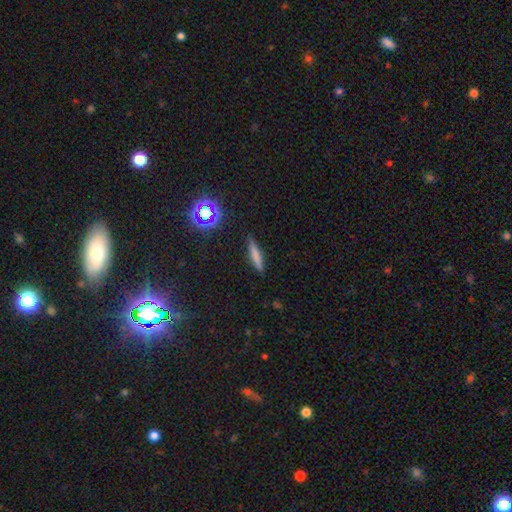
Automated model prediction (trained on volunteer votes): Smooth or featured? smooth (68%)
How rounded? cigar-shaped (88%)
Merging? none (86%)